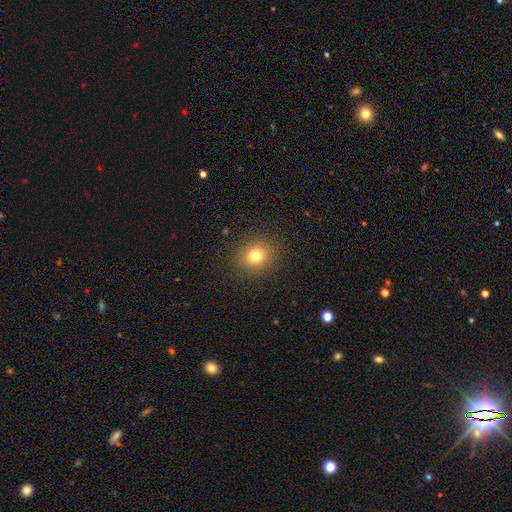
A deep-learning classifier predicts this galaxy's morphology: This is likely a smooth galaxy (78%). How rounded: likely round (79%). Merging: clearly none (89%).